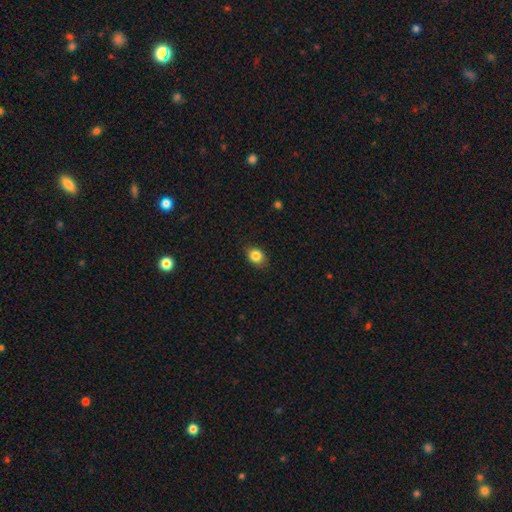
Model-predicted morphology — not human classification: A smooth galaxy with no disk features (84%) that is in between round and cigar-shaped (54%).

Vote fractions:
- Smooth or featured? smooth: 84% / star or artifact: 10% / featured or disk: 6%
- How rounded? in between: 54% / round: 45% / cigar-shaped: 1%
- Merging? none: 83% / minor disturbance: 14% / major disturbance: 3% / merger: 1%